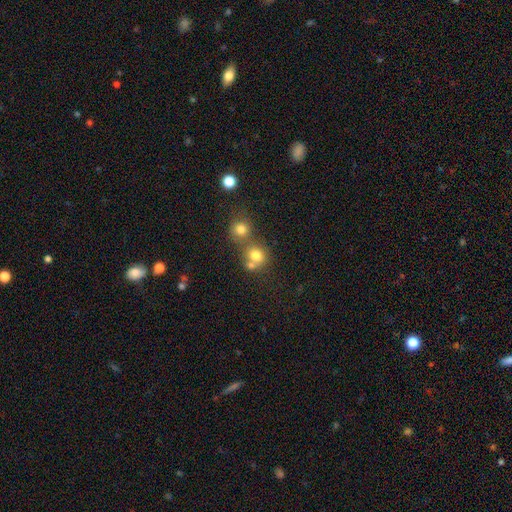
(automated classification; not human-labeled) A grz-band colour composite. It shows a smooth galaxy with no disk features (76%) that is round (81%). Merging: none (45%).